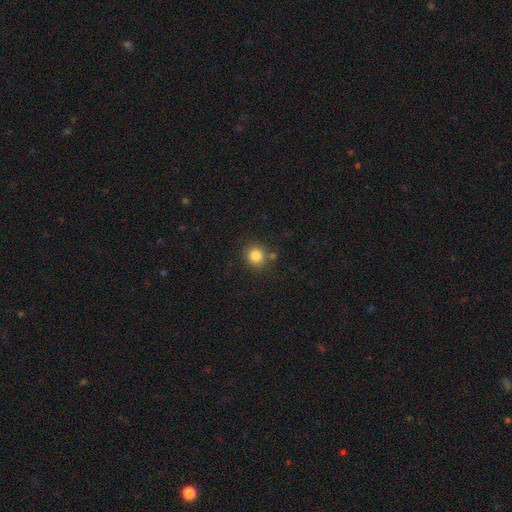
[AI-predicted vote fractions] Smooth or featured?
  - smooth: 83% *
  - star or artifact: 11%
  - featured or disk: 6%
How rounded?
  - round: 90% *
  - in between: 9%
  - cigar-shaped: 1%
Merging?
  - none: 80% *
  - minor disturbance: 10%
  - merger: 8%
  - major disturbance: 3%